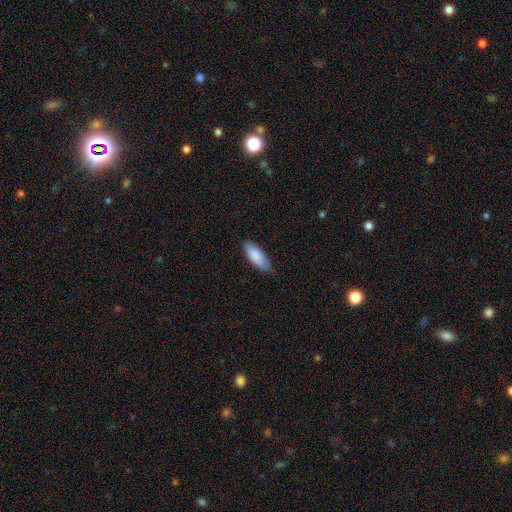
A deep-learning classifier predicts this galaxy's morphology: The model was most divided on "merging": none: 76%, minor disturbance: 21%, major disturbance: 3%, merger: 1%. More confident: smooth or featured — smooth (86%); how rounded — in between (78%).